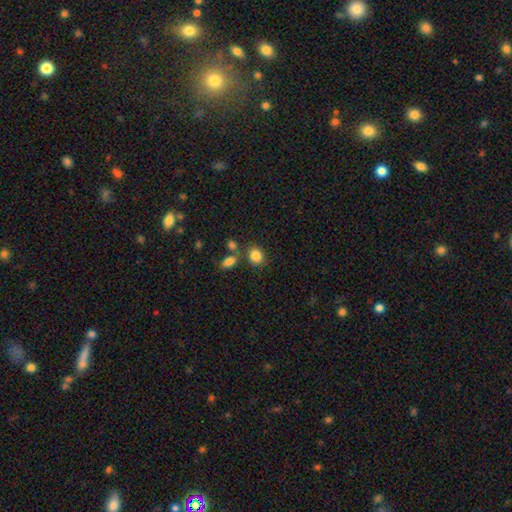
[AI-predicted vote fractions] smooth 85%, star or artifact 9%, featured or disk 6%. Down the decision tree: how rounded — round (51%); merging — none (67%).